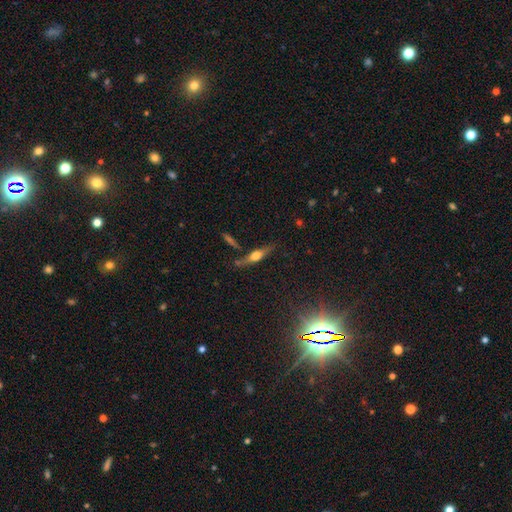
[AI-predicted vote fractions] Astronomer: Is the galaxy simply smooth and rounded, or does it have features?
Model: featured or disk — 58% (runner-up: smooth, 33%).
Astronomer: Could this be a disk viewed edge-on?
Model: yes — 93%.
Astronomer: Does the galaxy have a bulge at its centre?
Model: rounded — 90%.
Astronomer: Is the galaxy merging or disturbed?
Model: none — 75%.